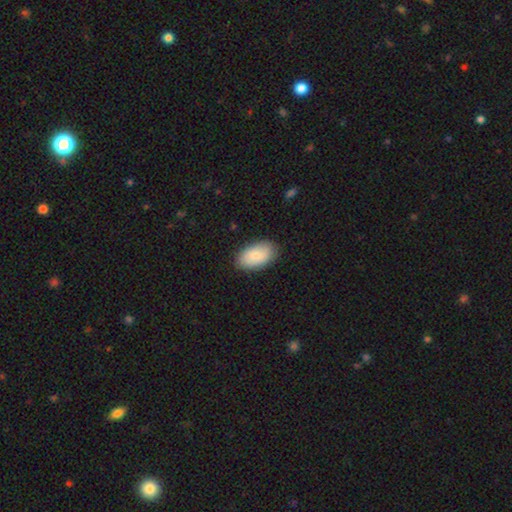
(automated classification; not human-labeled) Overall: smooth (83%). How rounded: in between (95%). Merging: none (87%).